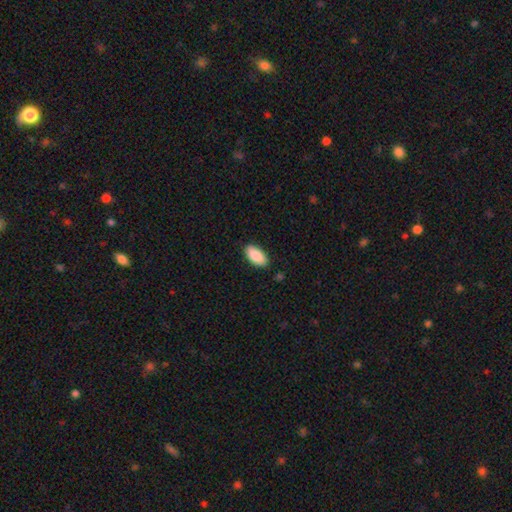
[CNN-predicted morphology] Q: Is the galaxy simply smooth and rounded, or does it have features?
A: smooth — 89%.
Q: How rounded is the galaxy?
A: in between — 93%.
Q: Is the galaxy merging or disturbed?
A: none — 86%.